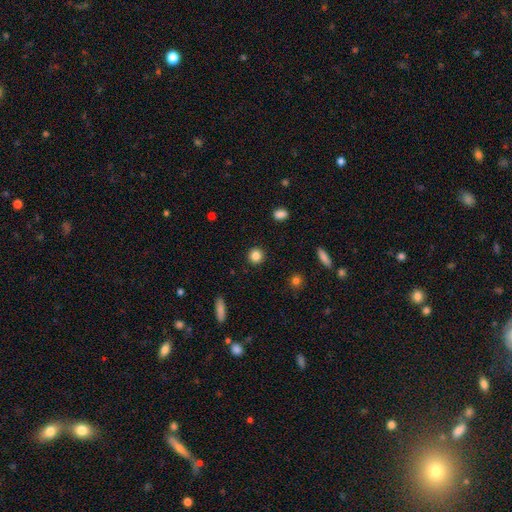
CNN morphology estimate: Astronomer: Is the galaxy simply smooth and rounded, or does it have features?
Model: smooth — 85%.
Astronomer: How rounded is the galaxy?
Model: round — 92%.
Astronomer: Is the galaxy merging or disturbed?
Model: none — 92%.